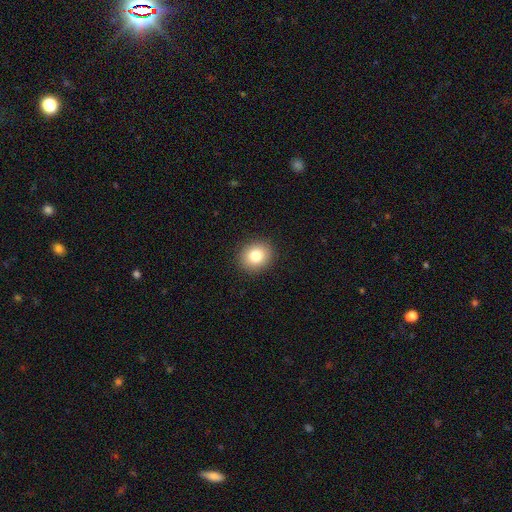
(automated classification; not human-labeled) This appears to be a smooth galaxy with no disk features (80%) that is round (73%). Merging: none (91%).